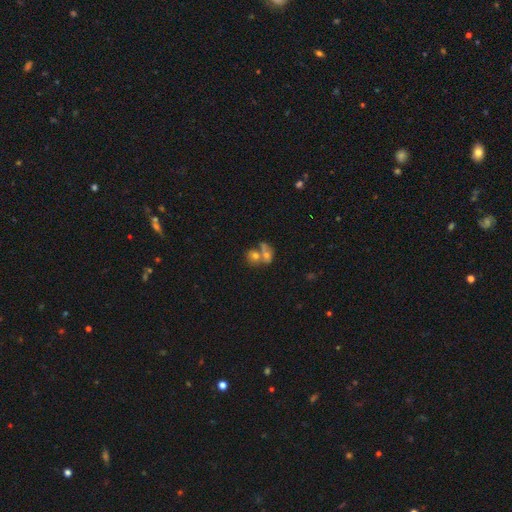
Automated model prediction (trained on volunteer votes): Smooth or featured?
  - smooth: 57% *
  - featured or disk: 27%
  - star or artifact: 16%
How rounded?
  - round: 63% *
  - in between: 35%
  - cigar-shaped: 2%
Merging?
  - merger: 55% *
  - none: 33%
  - minor disturbance: 7%
  - major disturbance: 5%